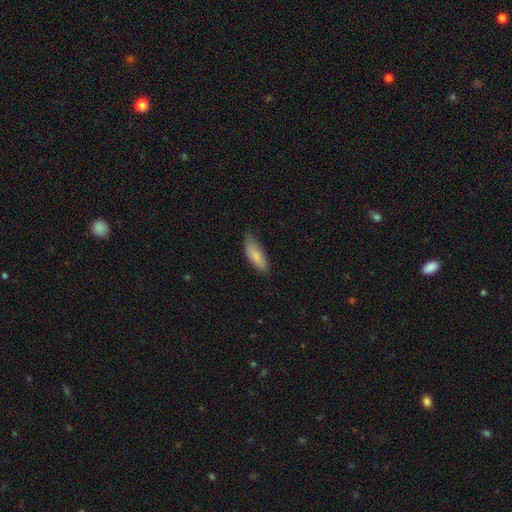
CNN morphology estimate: Q: Smooth or featured?
A: smooth (83%); runner-up: featured or disk (11%)
Q: How rounded?
A: in between (66%); runner-up: cigar-shaped (33%)
Q: Merging?
A: none (70%); runner-up: minor disturbance (25%)